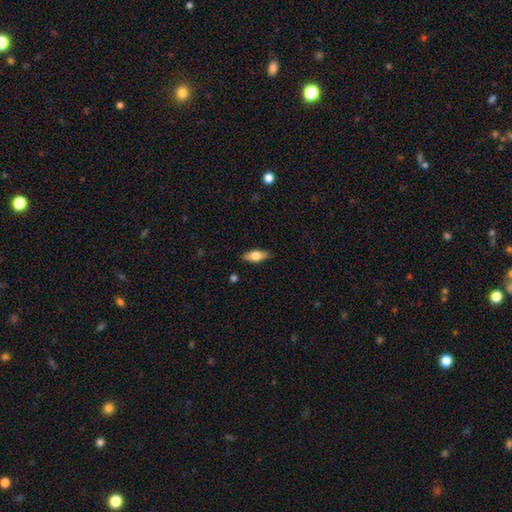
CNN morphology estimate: Smooth or featured? Predicted: smooth (p=0.64). How rounded? Predicted: in between (p=0.74). Merging? Predicted: none (p=0.86).